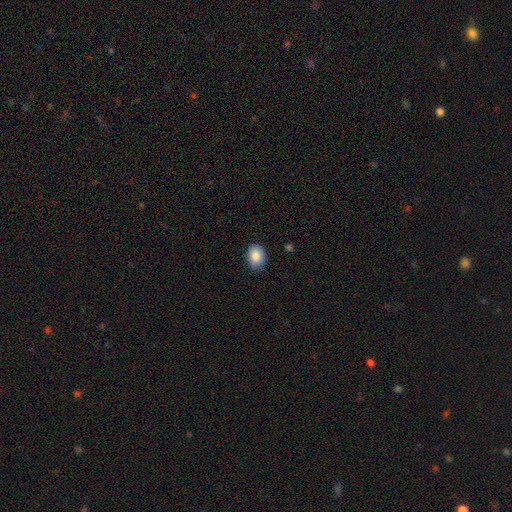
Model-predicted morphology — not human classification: Smooth or featured? Predicted: smooth (p=0.88). How rounded? Predicted: in between (p=0.72). Merging? Predicted: none (p=0.84).